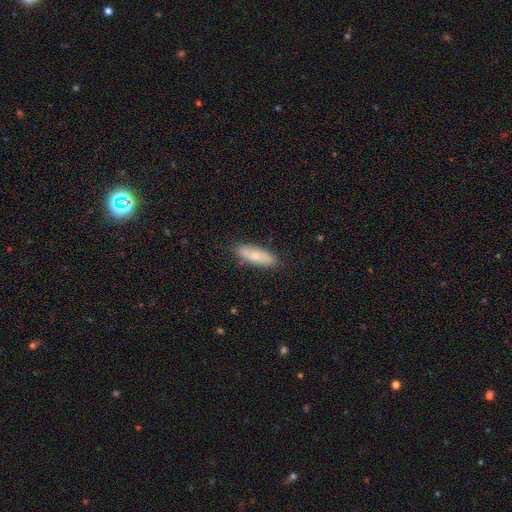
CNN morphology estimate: This appears to be a smooth galaxy with no disk features (71%) that is in between round and cigar-shaped (53%). Merging: none (84%).